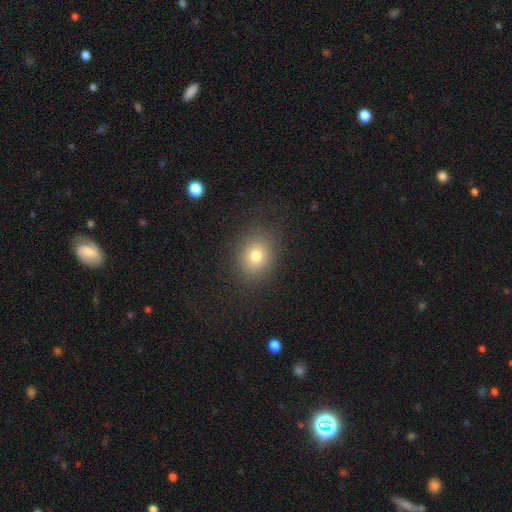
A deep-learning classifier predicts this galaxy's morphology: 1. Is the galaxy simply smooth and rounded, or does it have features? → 77% smooth, 14% star or artifact, 9% featured or disk.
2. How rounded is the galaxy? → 63% round, 36% in between, 1% cigar-shaped.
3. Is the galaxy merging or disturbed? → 87% none, 8% minor disturbance, 4% major disturbance, 1% merger.